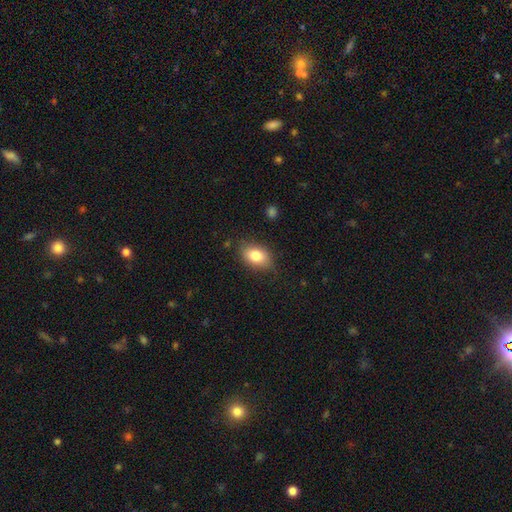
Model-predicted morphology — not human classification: Smooth or featured? Predicted: smooth (p=0.81). How rounded? Predicted: in between (p=0.87). Merging? Predicted: none (p=0.80).